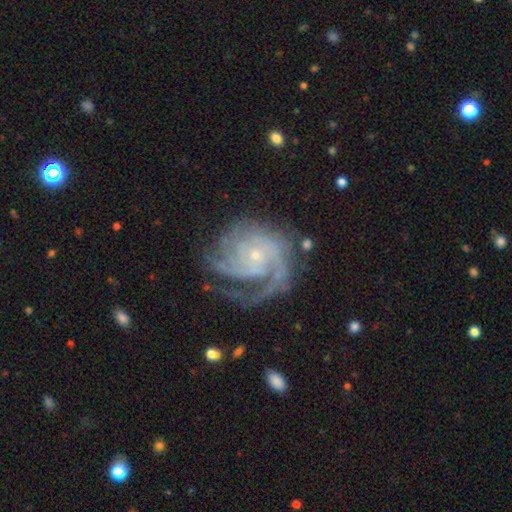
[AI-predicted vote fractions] Overall: featured or disk (90%). Edge-on disk: no (98%). Bar: no (75%). Spiral arms: yes (98%). Spiral arm count: 3 (34%; can't tell 18%). Spiral winding: tight (61%; medium 32%). Bulge size: small (80%). Merging: none (62%).